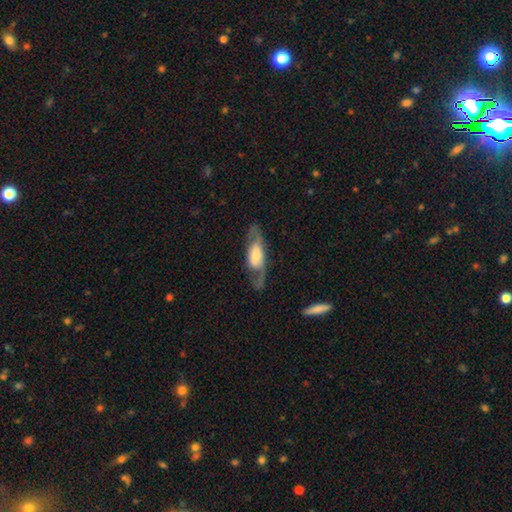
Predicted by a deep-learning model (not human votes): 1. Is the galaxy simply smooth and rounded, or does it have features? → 62% featured or disk, 32% smooth, 6% star or artifact.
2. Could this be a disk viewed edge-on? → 74% no, 26% yes.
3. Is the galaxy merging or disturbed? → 66% none, 17% minor disturbance, 15% major disturbance, 2% merger.